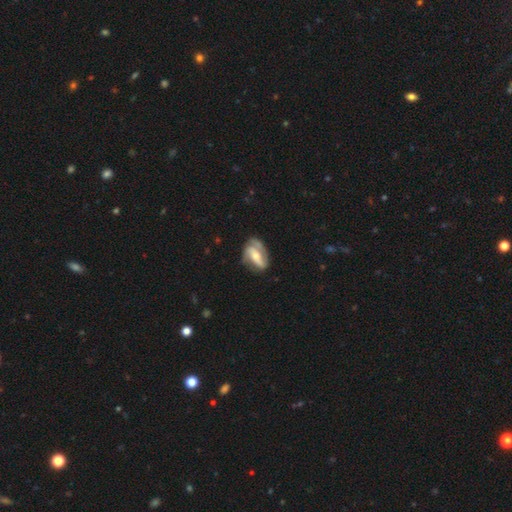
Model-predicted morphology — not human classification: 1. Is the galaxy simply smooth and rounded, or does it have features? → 74% featured or disk, 21% smooth, 6% star or artifact.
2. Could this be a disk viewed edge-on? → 94% no, 6% yes.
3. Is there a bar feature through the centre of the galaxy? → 44% strong, 30% weak, 26% no.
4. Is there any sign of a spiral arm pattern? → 87% yes, 13% no.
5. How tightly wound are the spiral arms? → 41% medium, 30% tight, 30% loose.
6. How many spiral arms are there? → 68% 2, 13% can't tell, 10% 3, 6% 1, 2% 4, 2% more than 4.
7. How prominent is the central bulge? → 51% moderate, 42% small, 4% large, 2% none, 1% dominant.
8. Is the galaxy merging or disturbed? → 60% none, 25% minor disturbance, 13% major disturbance, 2% merger.